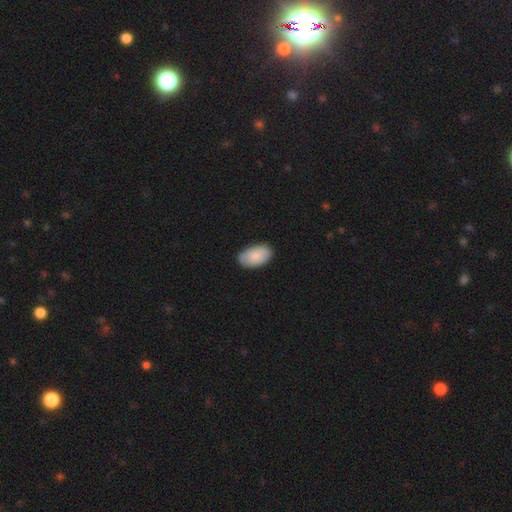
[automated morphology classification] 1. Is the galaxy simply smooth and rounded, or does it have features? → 87% smooth, 7% featured or disk, 6% star or artifact.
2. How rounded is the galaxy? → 95% in between, 4% round, 1% cigar-shaped.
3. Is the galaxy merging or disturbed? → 85% none, 12% minor disturbance, 2% major disturbance, 1% merger.